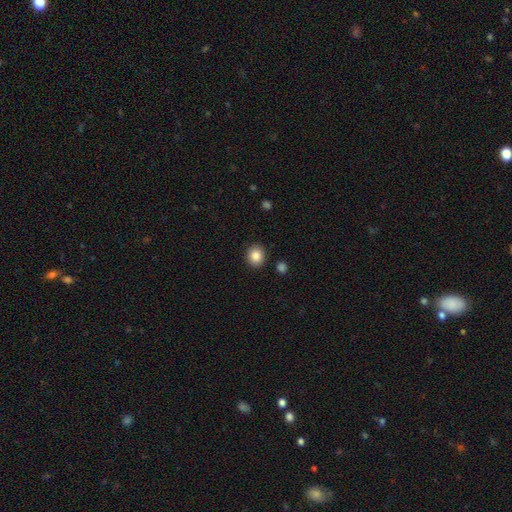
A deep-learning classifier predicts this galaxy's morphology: This is clearly a smooth galaxy (86%). How rounded: likely round (72%). Merging: clearly none (90%).